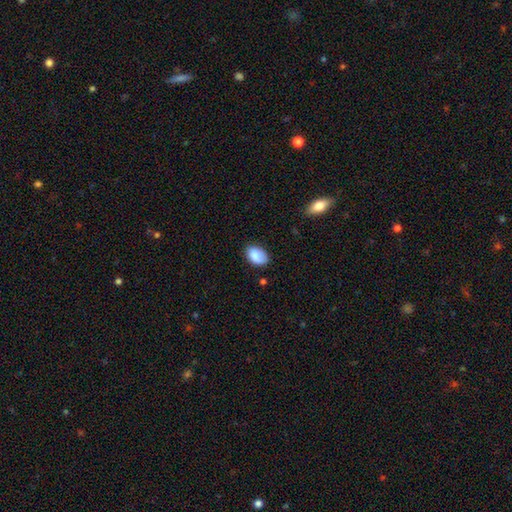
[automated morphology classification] type=smooth (86%); roundness=in between (89%); merging=none (72%).